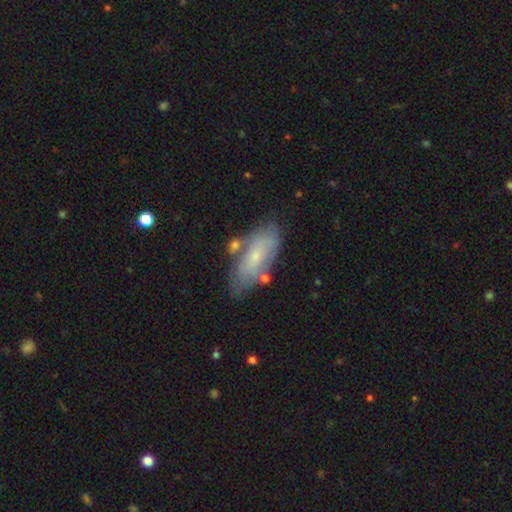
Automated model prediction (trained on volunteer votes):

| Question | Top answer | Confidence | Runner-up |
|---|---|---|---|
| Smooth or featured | smooth | 56% | featured or disk (36%) |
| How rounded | in between | 79% | cigar-shaped (19%) |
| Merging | none | 65% | minor disturbance (21%) |